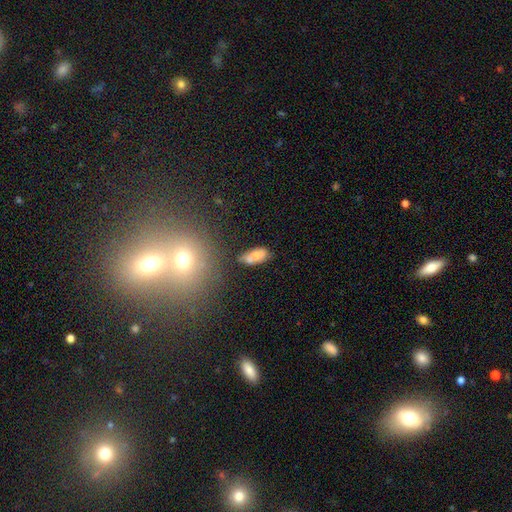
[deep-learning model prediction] Smooth or featured? smooth (70%)
How rounded? in between (86%)
Merging? none (44%)